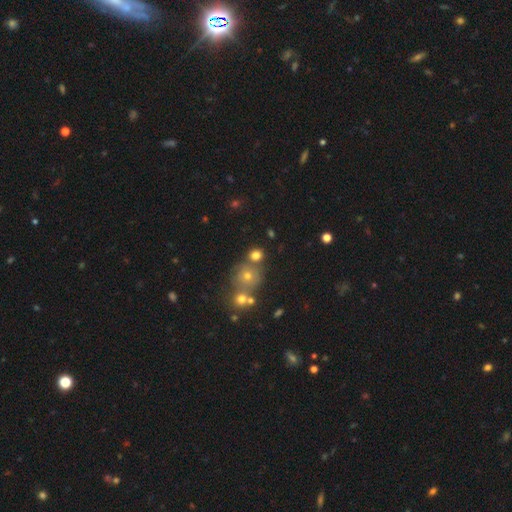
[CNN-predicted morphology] Smooth or featured? Predicted: smooth (p=0.71). How rounded? Predicted: round (p=0.79). Merging? Predicted: none (p=0.62).